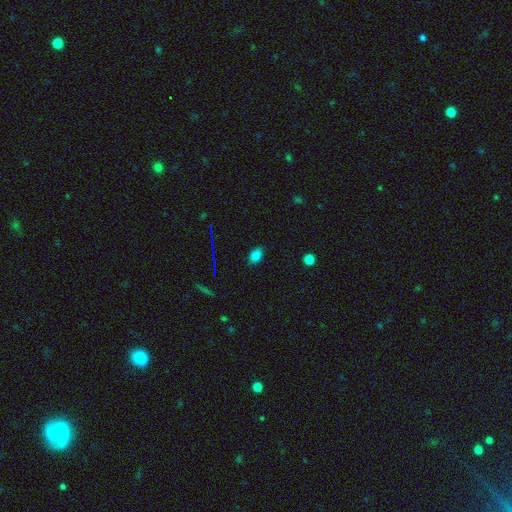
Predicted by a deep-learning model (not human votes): Smooth or featured?
  - smooth: 81% *
  - star or artifact: 14%
  - featured or disk: 5%
How rounded?
  - in between: 80% *
  - round: 18%
  - cigar-shaped: 2%
Merging?
  - none: 85% *
  - minor disturbance: 11%
  - major disturbance: 3%
  - merger: 1%